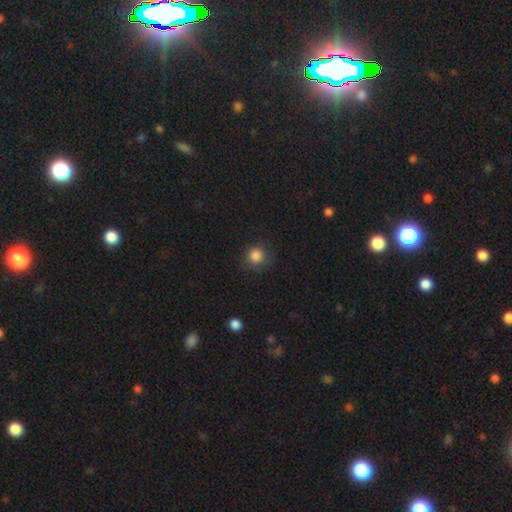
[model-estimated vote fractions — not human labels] Overall: smooth (85%). How rounded: round (91%). Merging: none (76%).